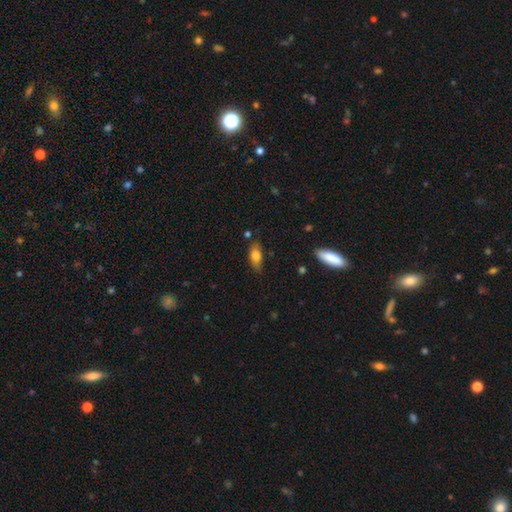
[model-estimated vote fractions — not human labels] Smooth or featured? smooth (76%)
How rounded? in between (80%)
Merging? none (69%)